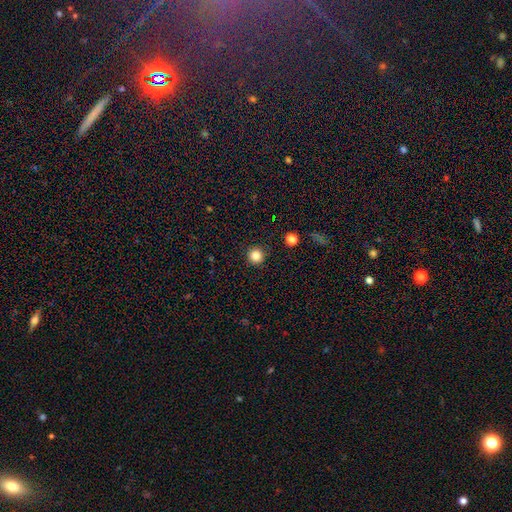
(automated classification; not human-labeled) The model was most divided on "smooth or featured": smooth: 84%, star or artifact: 12%, featured or disk: 4%. More confident: how rounded — round (96%); merging — none (91%).